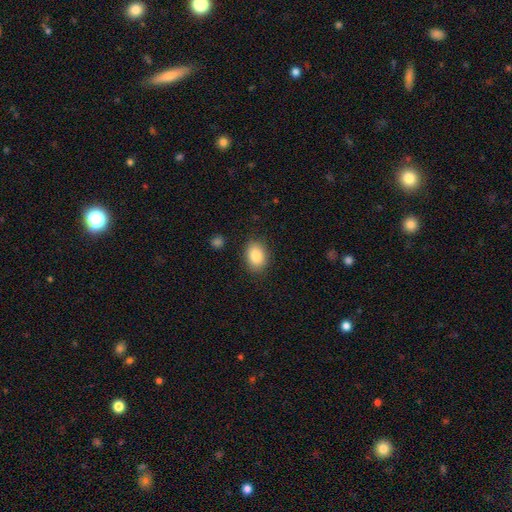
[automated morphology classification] This is clearly a smooth galaxy (85%). How rounded: likely in between (76%). Merging: clearly none (85%).